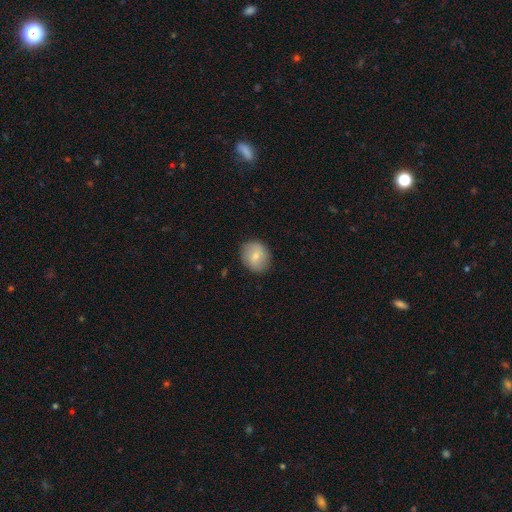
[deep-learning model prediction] The model was most divided on "how rounded": round: 70%, in between: 29%, cigar-shaped: 1%. More confident: merging — none (86%); smooth or featured — smooth (70%).